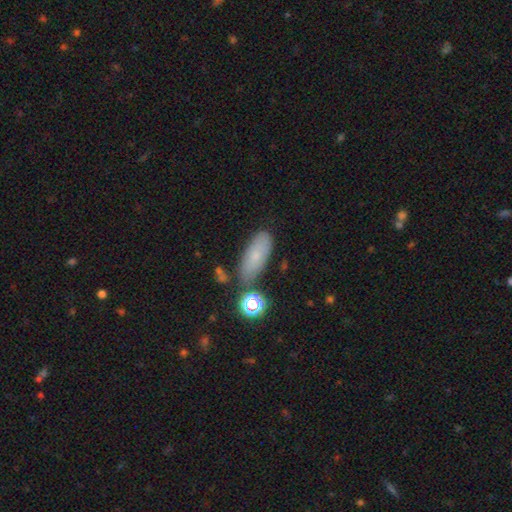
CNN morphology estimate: Smooth or featured? Predicted: smooth (p=0.71). How rounded? Predicted: in between (p=0.74). Merging? Predicted: none (p=0.73).